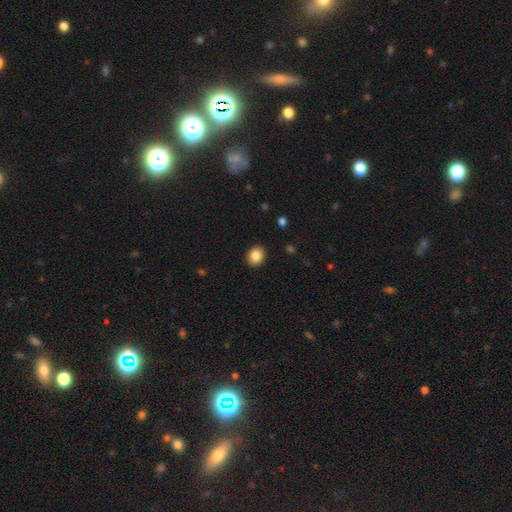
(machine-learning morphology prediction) Q: Smooth or featured?
A: smooth (86%); runner-up: star or artifact (9%)
Q: How rounded?
A: round (63%); runner-up: in between (36%)
Q: Merging?
A: none (91%); runner-up: minor disturbance (6%)